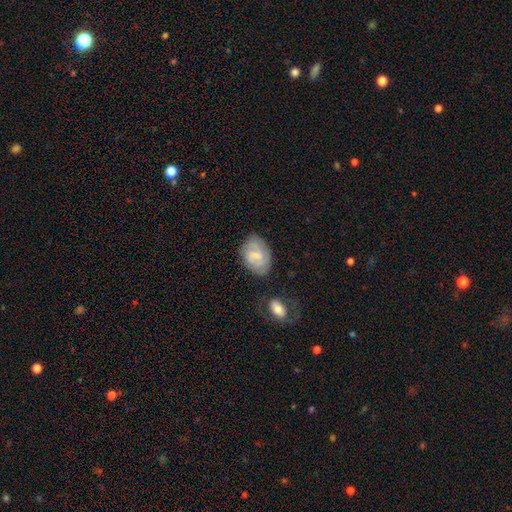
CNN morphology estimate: A smooth galaxy with no disk features (53%) that is in between round and cigar-shaped (83%).

Vote fractions:
- Smooth or featured? smooth: 53% / featured or disk: 40% / star or artifact: 8%
- How rounded? in between: 83% / round: 16% / cigar-shaped: 1%
- Merging? none: 66% / minor disturbance: 22% / major disturbance: 7% / merger: 4%